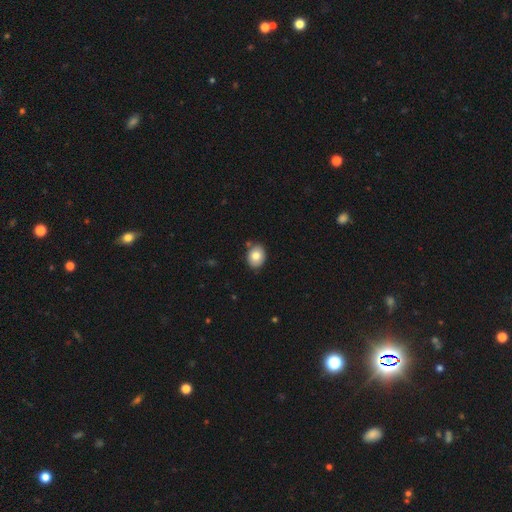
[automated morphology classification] This is likely a smooth galaxy (80%). How rounded: possibly in between (56%). Merging: clearly none (82%).